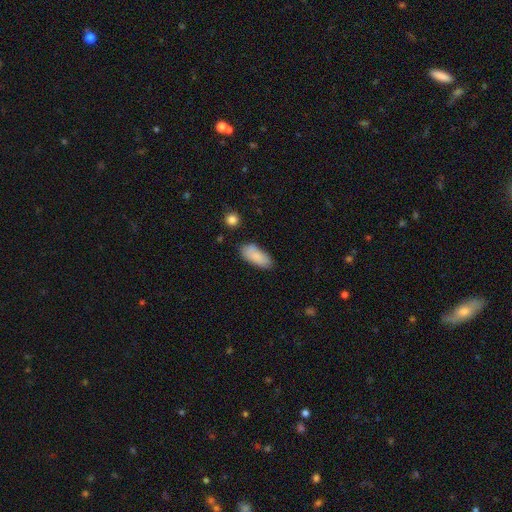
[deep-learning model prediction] Smooth or featured: smooth — 86% (featured or disk — 8%)
How rounded: in between — 87% (cigar-shaped — 11%)
Merging: none — 74% (minor disturbance — 19%)